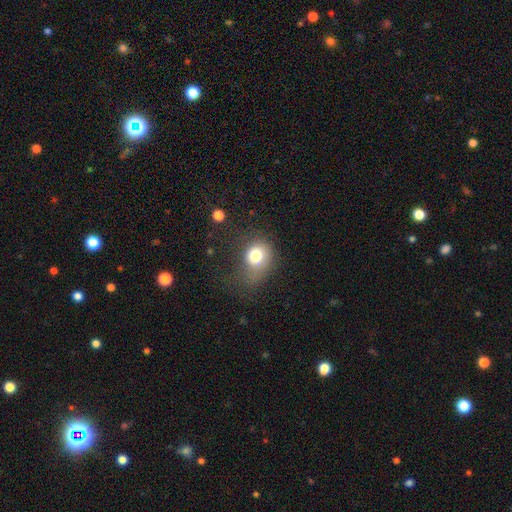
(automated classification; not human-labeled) Overall: smooth (76%). How rounded: round (62%; in between 37%). Merging: none (42%; minor disturbance 30%).